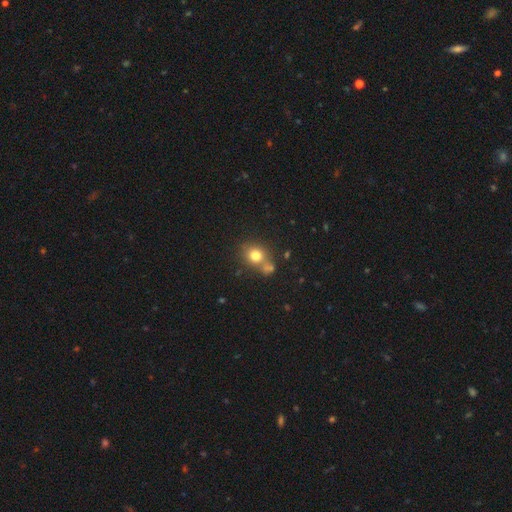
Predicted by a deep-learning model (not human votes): Q: Smooth or featured?
A: smooth (77%); runner-up: star or artifact (13%)
Q: How rounded?
A: round (74%); runner-up: in between (25%)
Q: Merging?
A: none (59%); runner-up: merger (23%)